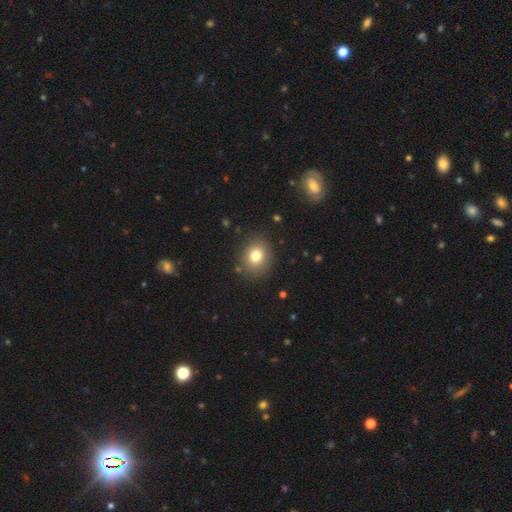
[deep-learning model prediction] A smooth galaxy with no disk features (79%) that is round (65%).

Vote fractions:
- Smooth or featured? smooth: 79% / star or artifact: 12% / featured or disk: 10%
- How rounded? round: 65% / in between: 34% / cigar-shaped: 1%
- Merging? none: 86% / minor disturbance: 9% / major disturbance: 3% / merger: 2%